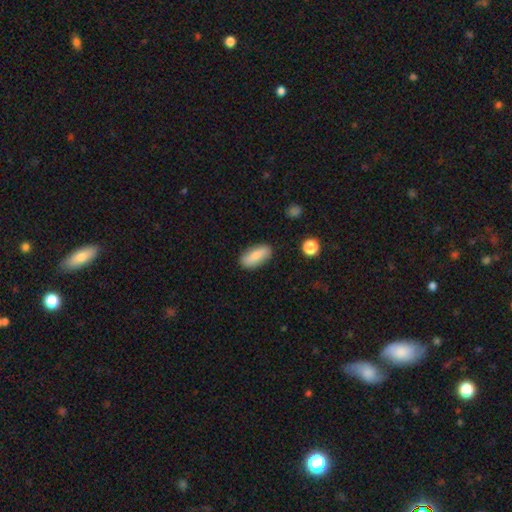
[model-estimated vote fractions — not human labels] Smooth or featured?
  - smooth: 77% *
  - featured or disk: 16%
  - star or artifact: 7%
How rounded?
  - in between: 82% *
  - cigar-shaped: 15%
  - round: 3%
Merging?
  - none: 85% *
  - minor disturbance: 11%
  - major disturbance: 2%
  - merger: 2%